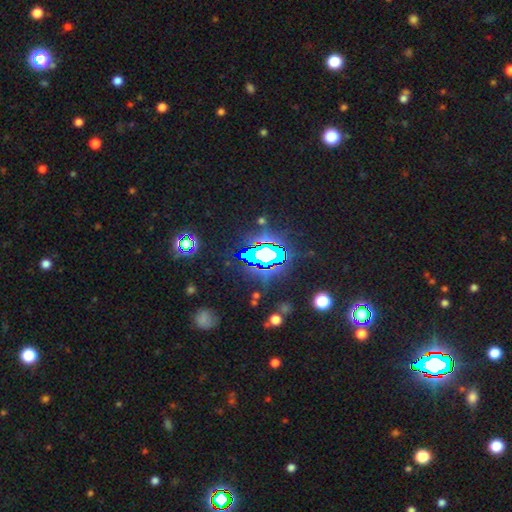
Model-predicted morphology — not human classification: smooth_or_featured: star or artifact (p=0.79) [alt: smooth p=0.11]